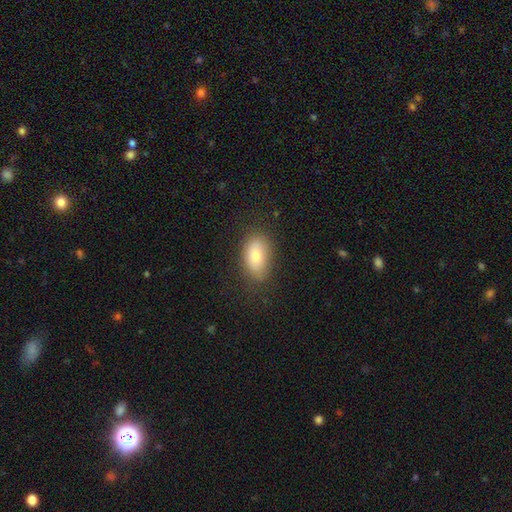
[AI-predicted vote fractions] This is likely a smooth galaxy (75%). How rounded: clearly in between (90%). Merging: likely none (79%).